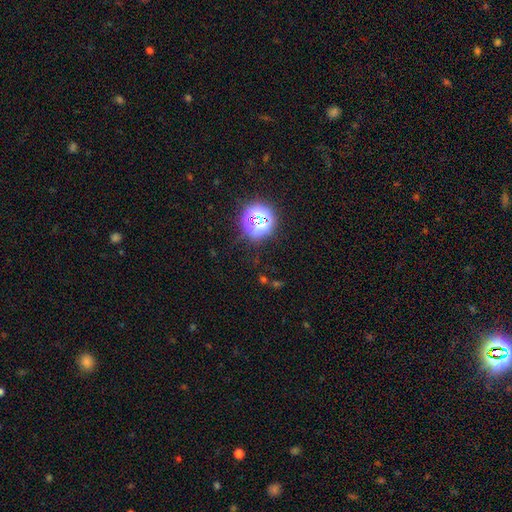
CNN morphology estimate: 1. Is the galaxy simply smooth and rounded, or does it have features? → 77% star or artifact, 16% smooth, 7% featured or disk.